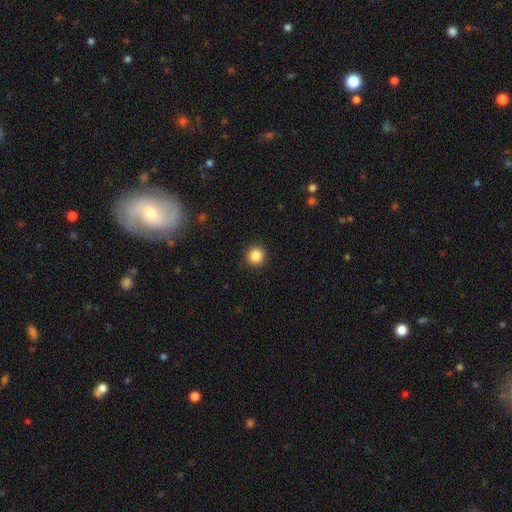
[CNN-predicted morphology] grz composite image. It shows a smooth galaxy with no disk features (86%) that is round (95%). Merging: none (92%).